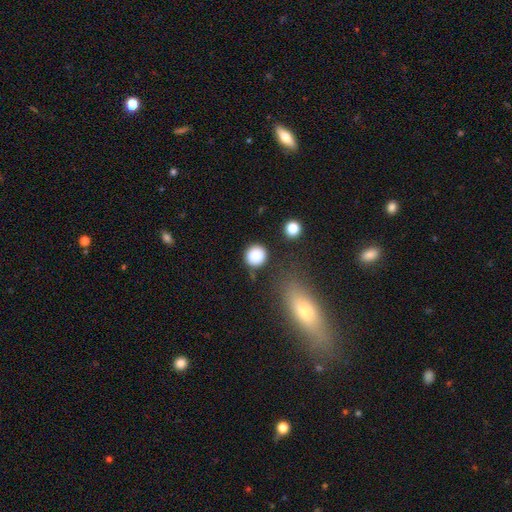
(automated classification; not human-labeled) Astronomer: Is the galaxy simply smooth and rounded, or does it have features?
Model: smooth — 86%.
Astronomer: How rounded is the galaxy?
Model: round — 88%.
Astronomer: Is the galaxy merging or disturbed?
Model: none — 78%.